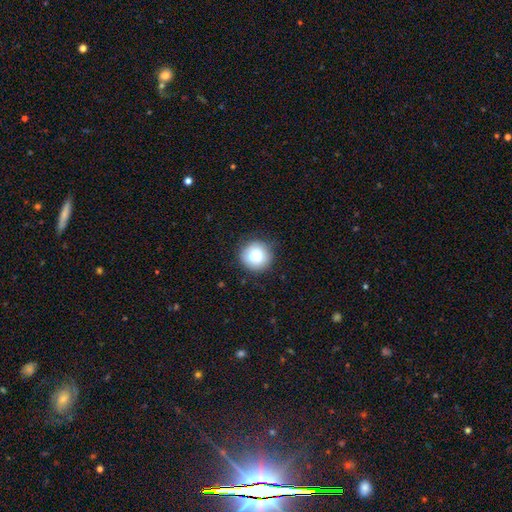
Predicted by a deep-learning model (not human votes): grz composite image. It shows a smooth galaxy with no disk features (82%) that is round (93%). Merging: none (86%).